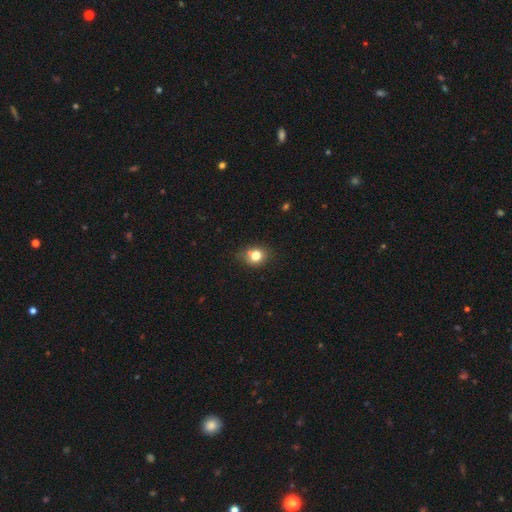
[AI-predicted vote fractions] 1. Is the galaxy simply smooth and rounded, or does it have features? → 79% smooth, 12% star or artifact, 9% featured or disk.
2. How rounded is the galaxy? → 63% round, 36% in between, 1% cigar-shaped.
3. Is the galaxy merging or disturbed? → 70% none, 20% minor disturbance, 6% merger, 4% major disturbance.